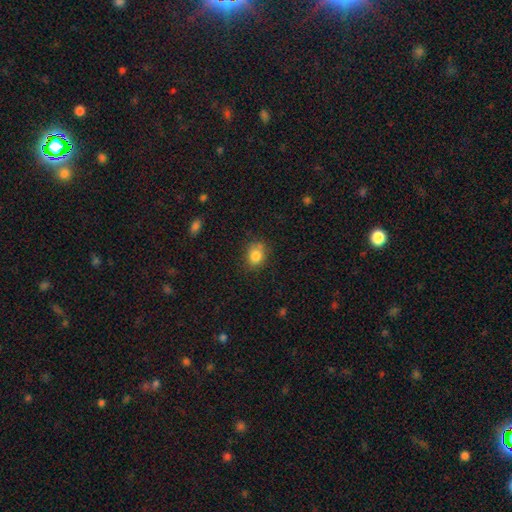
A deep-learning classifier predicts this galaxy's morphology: Q: Smooth or featured?
A: smooth (82%); runner-up: star or artifact (10%)
Q: How rounded?
A: round (57%); runner-up: in between (42%)
Q: Merging?
A: none (74%); runner-up: minor disturbance (20%)